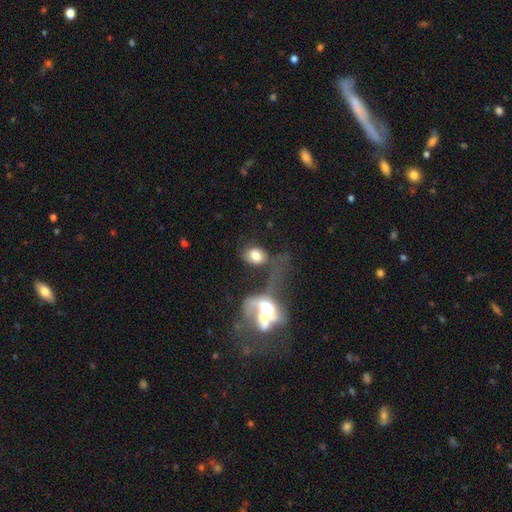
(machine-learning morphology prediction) Smooth or featured? Predicted: smooth (p=0.70). How rounded? Predicted: in between (p=0.63). Merging? Predicted: none (p=0.34).